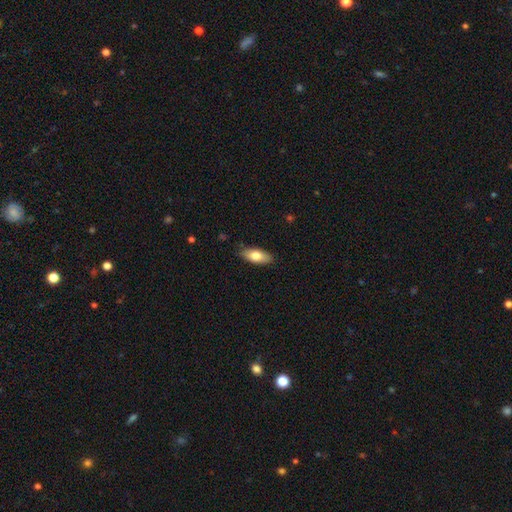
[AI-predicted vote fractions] smooth-or-featured: smooth: 76% | featured or disk: 18% | star or artifact: 6%
  how-rounded: in between: 84% | cigar-shaped: 14% | round: 3%
  merging: none: 84% | minor disturbance: 12% | major disturbance: 2% | merger: 1%